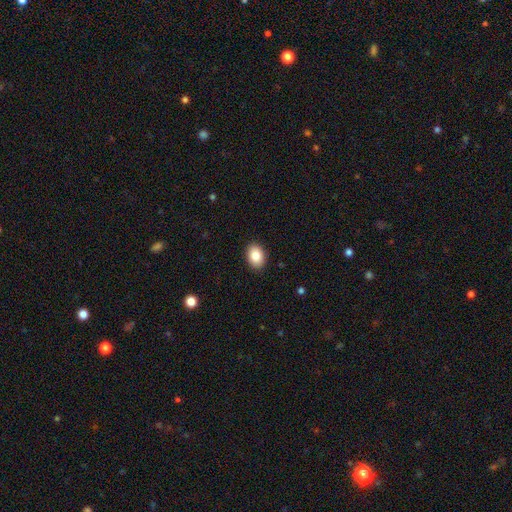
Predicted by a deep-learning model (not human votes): Smooth or featured?
  - smooth: 86% *
  - star or artifact: 8%
  - featured or disk: 6%
How rounded?
  - in between: 78% *
  - round: 21%
  - cigar-shaped: 1%
Merging?
  - none: 90% *
  - minor disturbance: 7%
  - major disturbance: 2%
  - merger: 1%